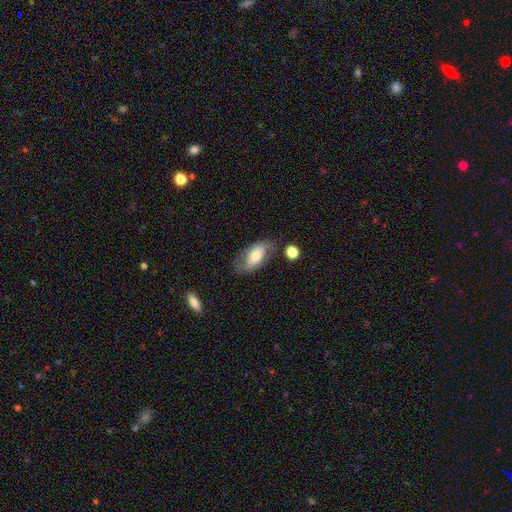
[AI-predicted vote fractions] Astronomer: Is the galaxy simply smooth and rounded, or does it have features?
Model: smooth — 57% (runner-up: featured or disk, 36%).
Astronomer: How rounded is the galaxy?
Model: in between — 91%.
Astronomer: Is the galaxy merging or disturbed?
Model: none — 61%.